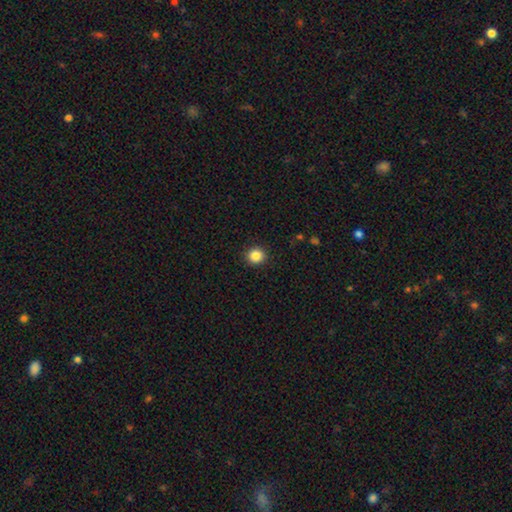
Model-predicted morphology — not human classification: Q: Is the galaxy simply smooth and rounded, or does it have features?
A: smooth — 86%.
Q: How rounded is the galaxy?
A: round — 92%.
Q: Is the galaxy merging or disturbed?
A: none — 92%.